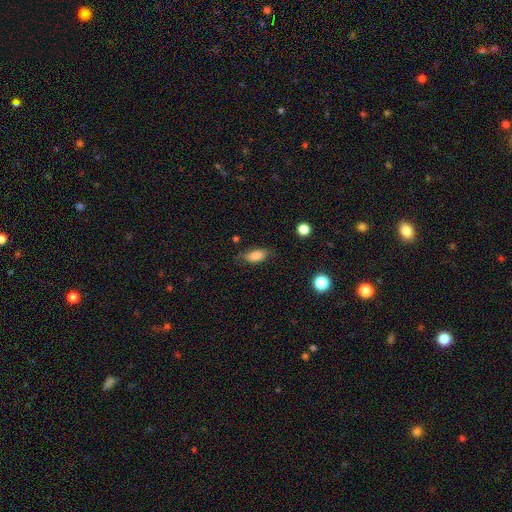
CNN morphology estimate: Smooth or featured? Predicted: smooth (p=0.82). How rounded? Predicted: in between (p=0.87). Merging? Predicted: none (p=0.71).